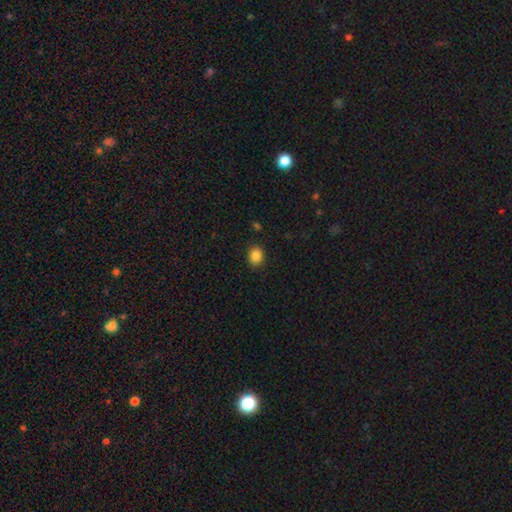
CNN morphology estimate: The model was most divided on "how rounded": round: 54%, in between: 45%, cigar-shaped: 1%. More confident: merging — none (87%); smooth or featured — smooth (87%).